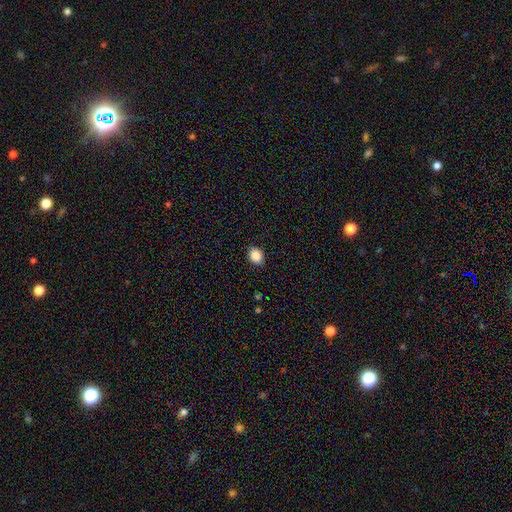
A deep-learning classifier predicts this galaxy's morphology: This is clearly a smooth galaxy (88%). How rounded: likely in between (61%). Merging: clearly none (89%).